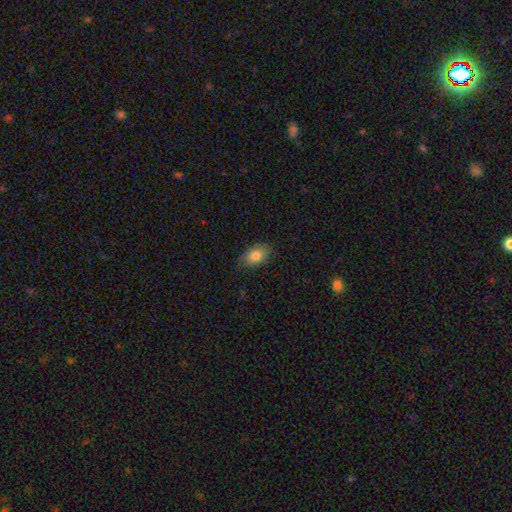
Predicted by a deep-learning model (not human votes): Smooth or featured? smooth (80%)
How rounded? in between (87%)
Merging? none (72%)